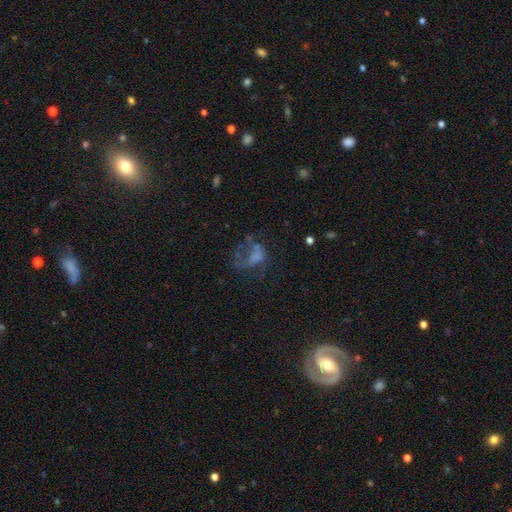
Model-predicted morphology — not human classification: Smooth or featured? Predicted: featured or disk (p=0.50). Merging? Predicted: major disturbance (p=0.46).